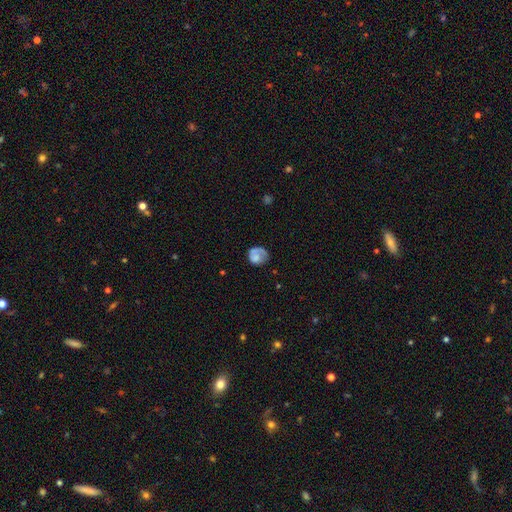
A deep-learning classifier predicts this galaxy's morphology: This appears to be a smooth galaxy with no disk features (55%) that is round (67%). Merging: none (44%).